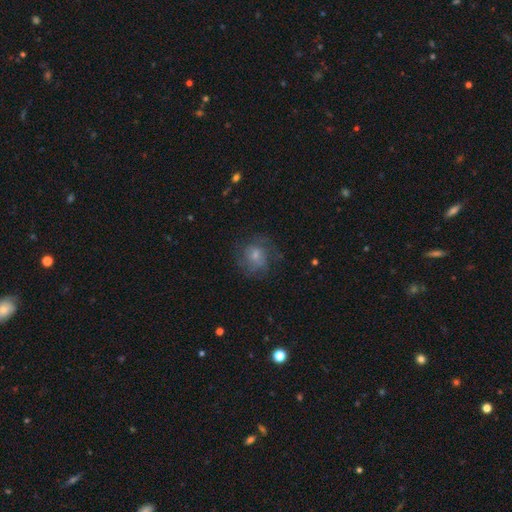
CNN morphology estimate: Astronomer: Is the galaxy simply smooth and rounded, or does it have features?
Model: smooth — 52% (runner-up: featured or disk, 37%).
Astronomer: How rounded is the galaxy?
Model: round — 75%.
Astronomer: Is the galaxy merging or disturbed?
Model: none — 59%.